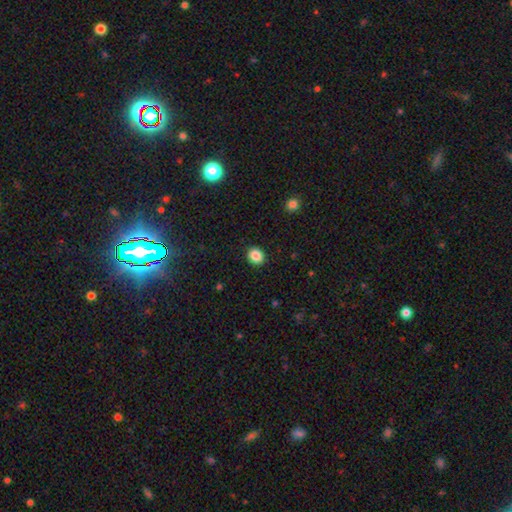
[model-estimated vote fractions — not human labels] A smooth galaxy with no disk features (87%) that is round (74%). Merging: none (92%).